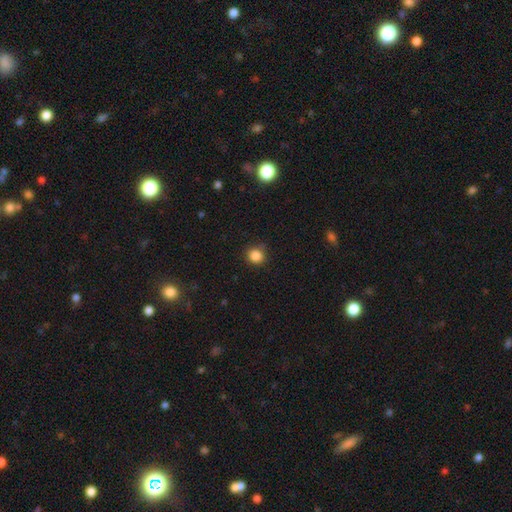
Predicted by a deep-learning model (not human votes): smooth 85%, star or artifact 11%, featured or disk 4%. Down the decision tree: how rounded — round (91%); merging — none (85%).